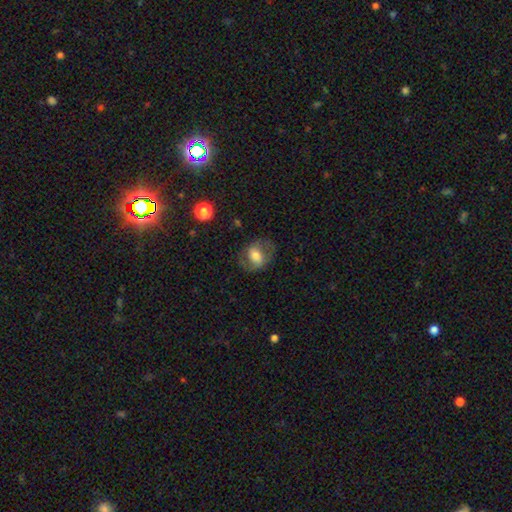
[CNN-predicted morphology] smooth 52%, featured or disk 40%, star or artifact 8%. Down the decision tree: how rounded — in between (59%); merging — none (69%).